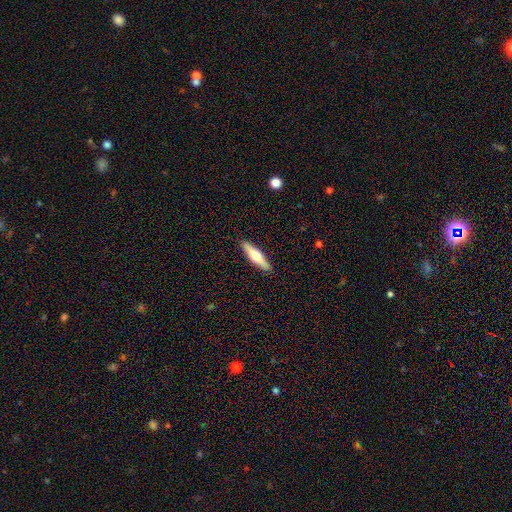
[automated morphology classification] smooth 49%, featured or disk 45%, star or artifact 6%. Down the decision tree: merging — none (90%).